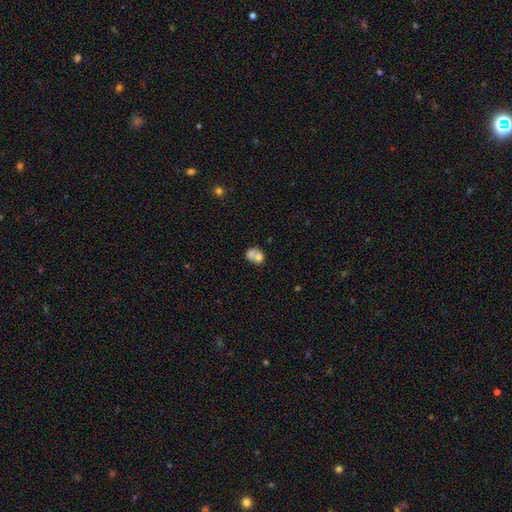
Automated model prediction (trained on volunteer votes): A smooth galaxy with no disk features (66%) that is round (58%). Merging: merger (60%).